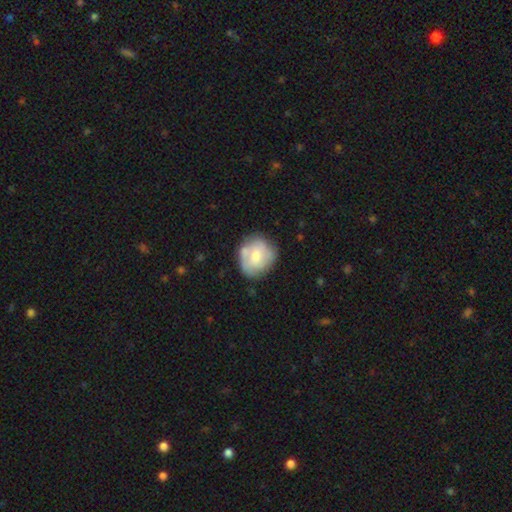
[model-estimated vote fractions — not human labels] This appears to be a smooth galaxy with no disk features (49%). Merging: none (65%).